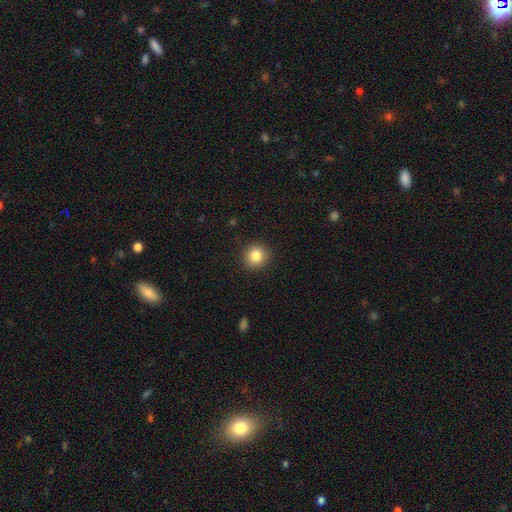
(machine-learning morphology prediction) Smooth or featured: smooth — 84% (star or artifact — 10%)
How rounded: round — 90% (in between — 9%)
Merging: none — 90% (minor disturbance — 7%)